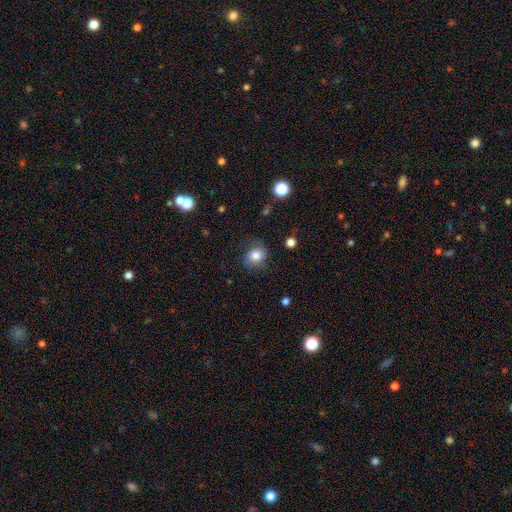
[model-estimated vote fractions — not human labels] smooth 76%, featured or disk 14%, star or artifact 10%. Down the decision tree: how rounded — round (76%); merging — none (71%).